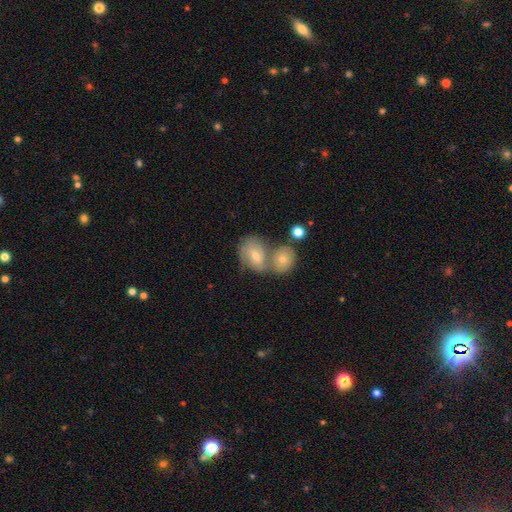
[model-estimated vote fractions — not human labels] This appears to be a featured or disk galaxy (48%). Merging: none (46%).